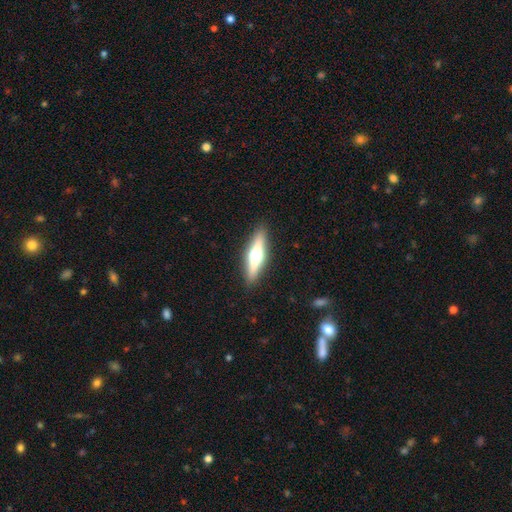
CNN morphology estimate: Smooth or featured? featured or disk (60%)
Edge-on disk? yes (95%)
Edge-on bulge? rounded (95%)
Merging? none (90%)